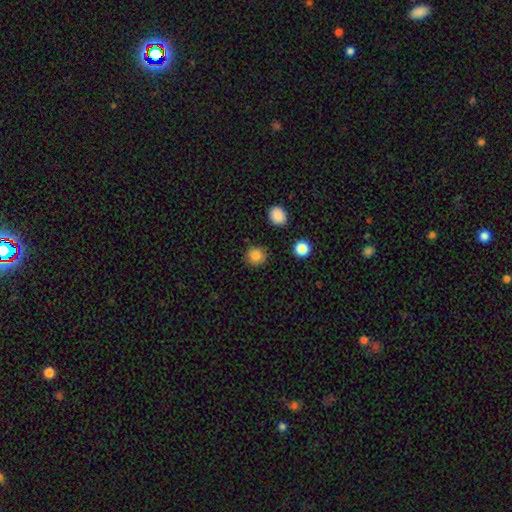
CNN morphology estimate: A smooth galaxy with no disk features (85%) that is round (90%).

Vote fractions:
- Smooth or featured? smooth: 85% / star or artifact: 11% / featured or disk: 4%
- How rounded? round: 90% / in between: 9% / cigar-shaped: 1%
- Merging? none: 88% / minor disturbance: 8% / major disturbance: 2% / merger: 2%